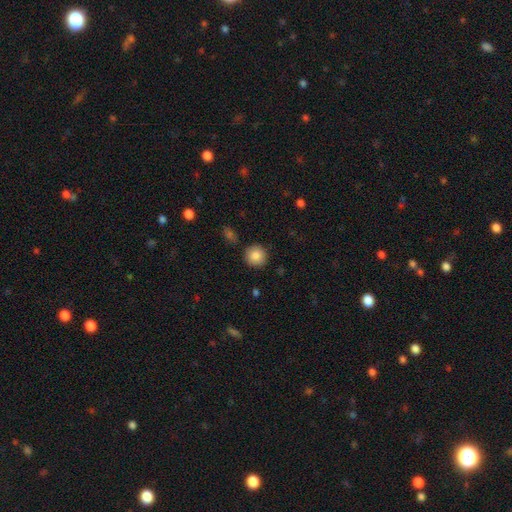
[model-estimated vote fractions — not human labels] smooth_or_featured: smooth (p=0.86) [alt: star or artifact p=0.08]
how_rounded: round (p=0.93) [alt: in between p=0.06]
merging: none (p=0.89) [alt: minor disturbance p=0.07]